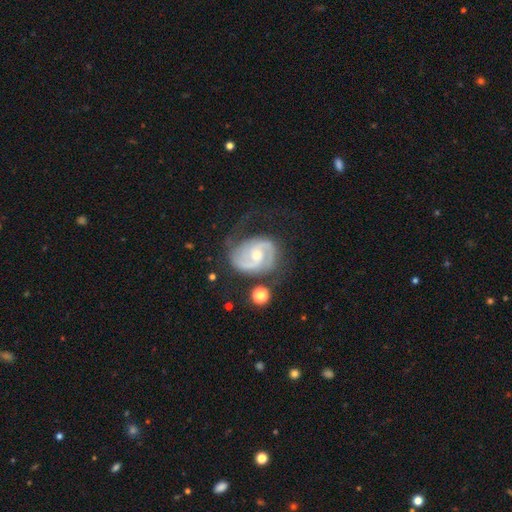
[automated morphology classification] Smooth or featured: featured or disk — 88% (smooth — 7%)
Edge-on disk: no — 98% (yes — 2%)
Bar: weak — 45% (no — 44%)
Spiral arms: yes — 97% (no — 3%)
Spiral winding: medium — 51% (tight — 34%)
Spiral arm count: 2 — 87% (can't tell — 5%)
Bulge size: moderate — 58% (small — 36%)
Merging: none — 58% (minor disturbance — 24%)